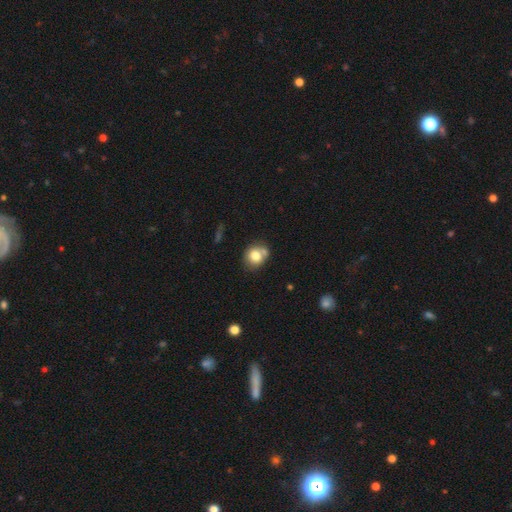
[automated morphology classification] type=smooth (77%); roundness=round (70%); merging=none (56%).